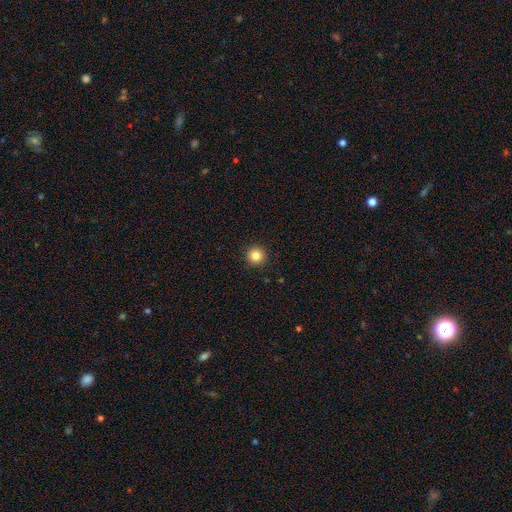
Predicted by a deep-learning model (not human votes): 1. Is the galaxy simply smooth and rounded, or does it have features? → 86% smooth, 11% star or artifact, 4% featured or disk.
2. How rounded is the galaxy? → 96% round, 3% in between, 1% cigar-shaped.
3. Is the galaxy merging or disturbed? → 93% none, 4% minor disturbance, 2% major disturbance, 1% merger.